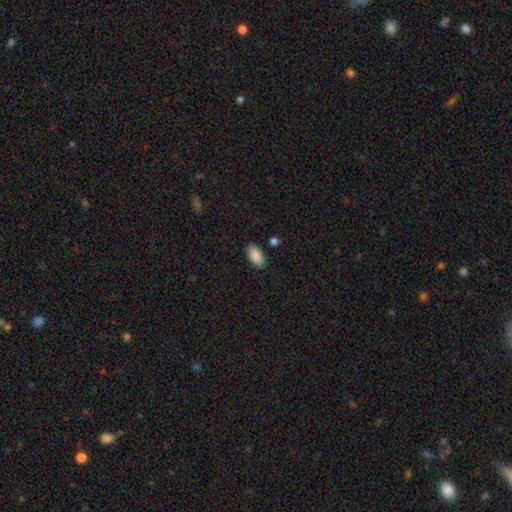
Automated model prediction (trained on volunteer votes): smooth 89%, star or artifact 7%, featured or disk 4%. Down the decision tree: how rounded — in between (95%); merging — none (86%).